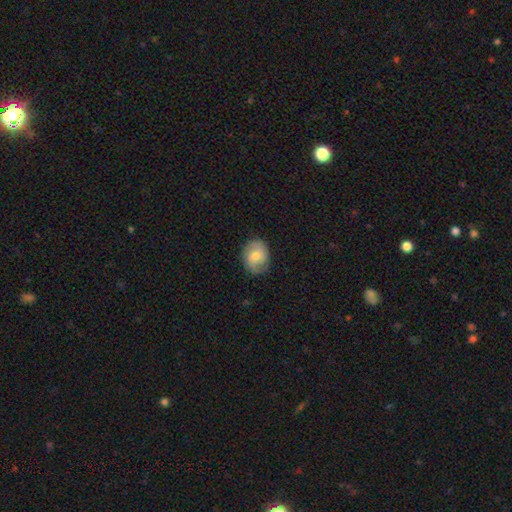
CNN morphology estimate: Smooth or featured? smooth (48%)
Merging? none (76%)